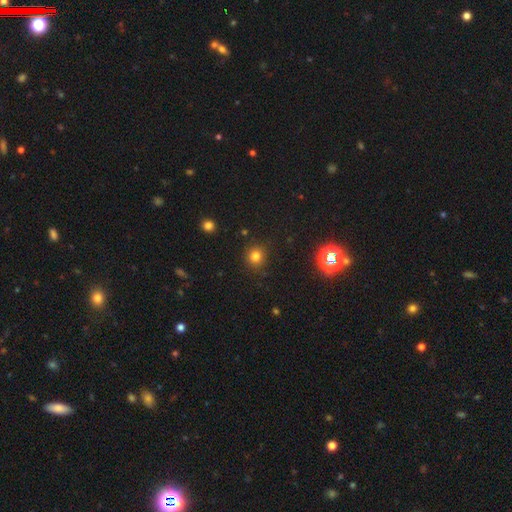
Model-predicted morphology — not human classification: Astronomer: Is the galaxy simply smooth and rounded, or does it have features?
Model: smooth — 77%.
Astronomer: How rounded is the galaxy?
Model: round — 91%.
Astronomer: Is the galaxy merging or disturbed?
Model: none — 88%.